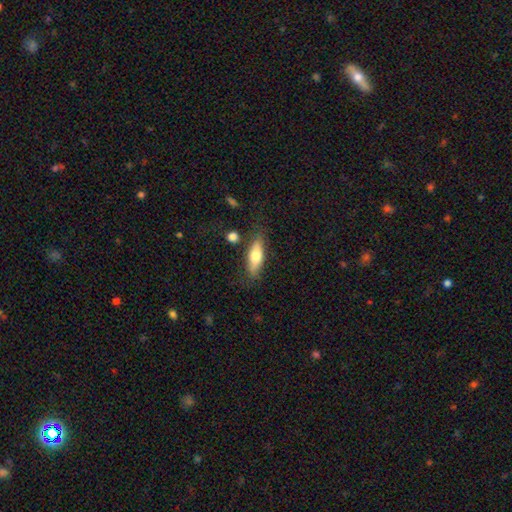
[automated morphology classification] Overall: smooth (67%). How rounded: in between (55%; cigar-shaped 42%). Merging: none (76%).